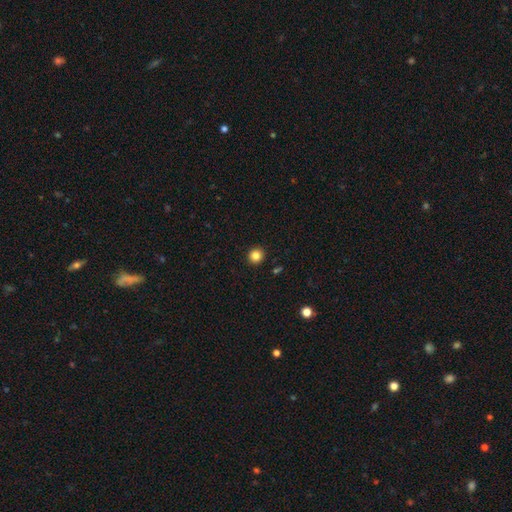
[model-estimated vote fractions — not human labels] The model was most divided on "smooth or featured": smooth: 85%, star or artifact: 11%, featured or disk: 4%. More confident: how rounded — round (93%); merging — none (93%).